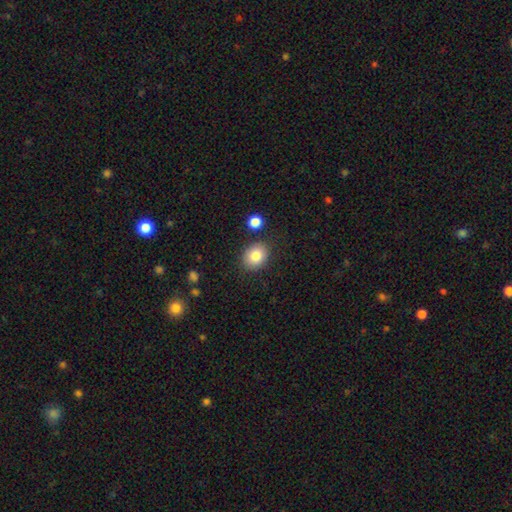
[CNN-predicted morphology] This is clearly a smooth galaxy (84%). How rounded: possibly round (50%). Merging: clearly none (84%).